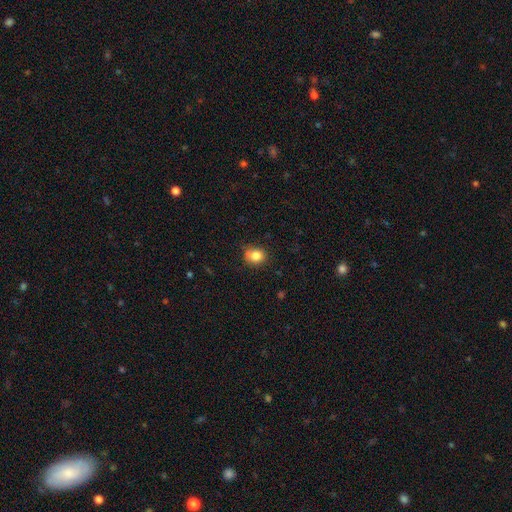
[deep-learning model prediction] Smooth or featured?
  - smooth: 84% *
  - star or artifact: 10%
  - featured or disk: 6%
How rounded?
  - round: 67% *
  - in between: 32%
  - cigar-shaped: 1%
Merging?
  - none: 76% *
  - minor disturbance: 19%
  - major disturbance: 4%
  - merger: 1%